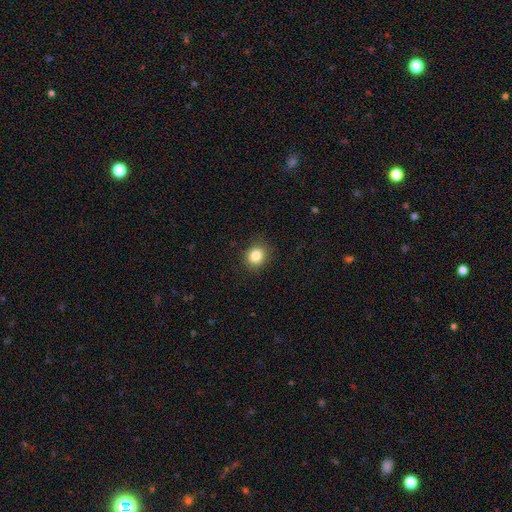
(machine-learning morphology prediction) Smooth or featured? smooth (84%)
How rounded? round (76%)
Merging? none (88%)